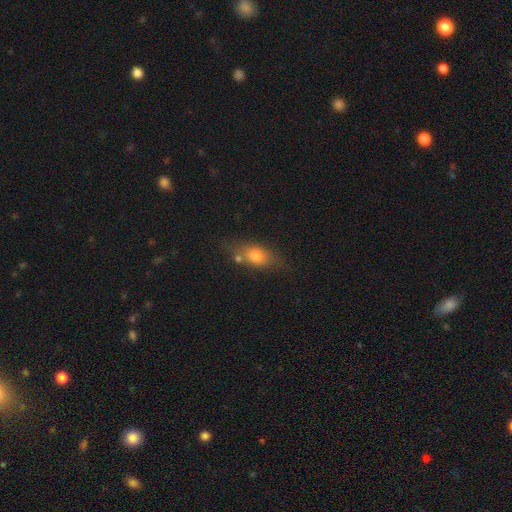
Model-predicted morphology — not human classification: smooth-or-featured: smooth: 69% | featured or disk: 21% | star or artifact: 10%
  how-rounded: in between: 71% | round: 16% | cigar-shaped: 13%
  merging: none: 60% | minor disturbance: 20% | merger: 13% | major disturbance: 7%